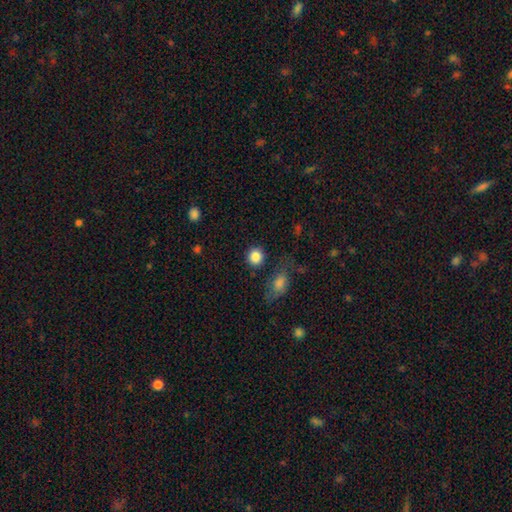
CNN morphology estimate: Smooth or featured? smooth (87%)
How rounded? round (90%)
Merging? none (83%)